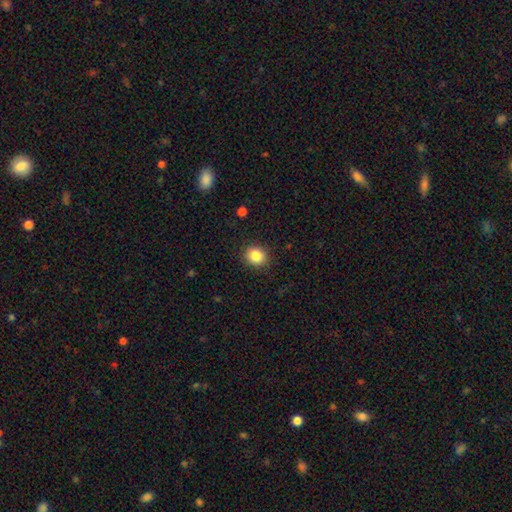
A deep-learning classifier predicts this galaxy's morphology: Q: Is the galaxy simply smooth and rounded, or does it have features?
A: smooth — 85%.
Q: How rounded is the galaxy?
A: round — 77%.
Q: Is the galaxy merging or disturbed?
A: none — 89%.